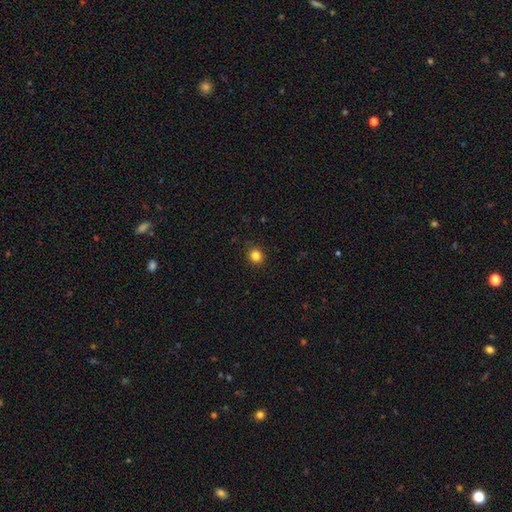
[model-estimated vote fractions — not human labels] Morphology: type=smooth (84%); roundness=round (83%); merging=none (91%).